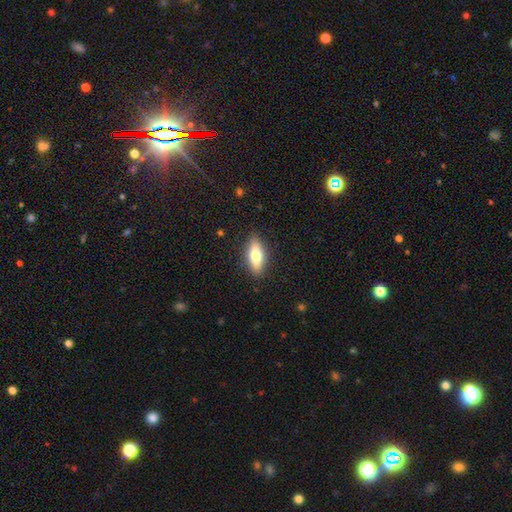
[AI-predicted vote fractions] Smooth or featured? smooth (68%)
How rounded? in between (71%)
Merging? none (88%)